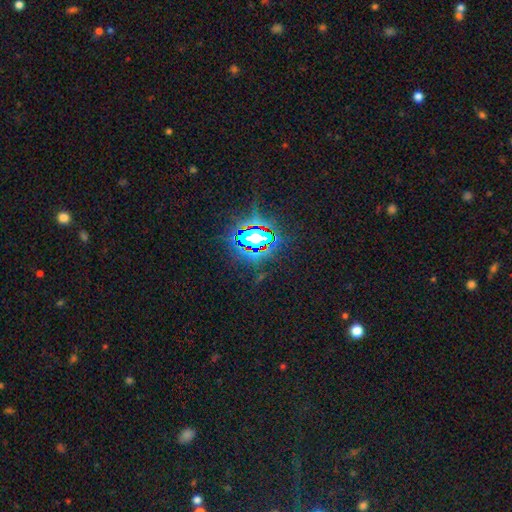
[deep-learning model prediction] A star or artifact, not a galaxy (83%).